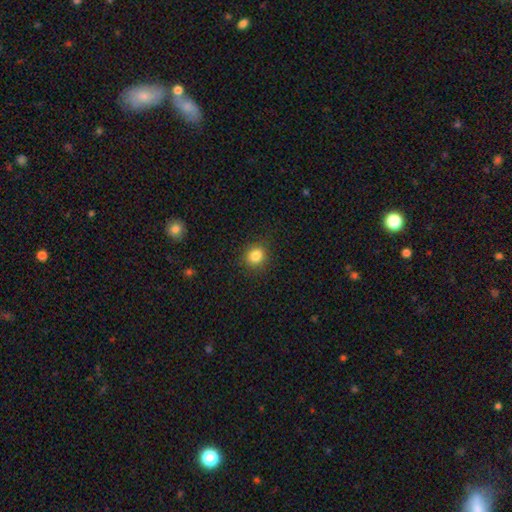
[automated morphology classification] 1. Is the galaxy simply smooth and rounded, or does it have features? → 84% smooth, 11% star or artifact, 5% featured or disk.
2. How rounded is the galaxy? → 76% round, 23% in between, 1% cigar-shaped.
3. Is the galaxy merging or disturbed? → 87% none, 9% minor disturbance, 3% major disturbance, 1% merger.